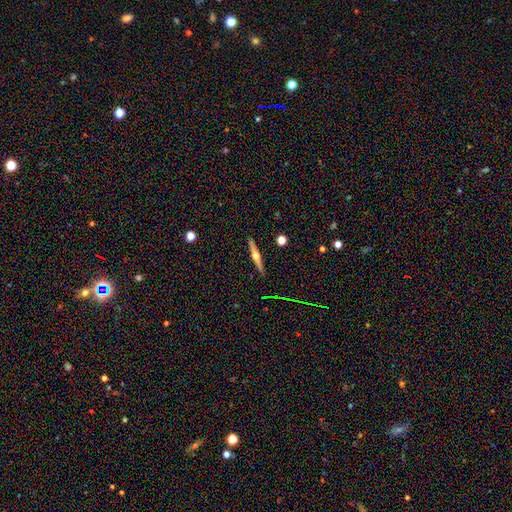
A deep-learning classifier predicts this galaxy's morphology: Smooth or featured? featured or disk (74%)
Edge-on disk? yes (98%)
Edge-on bulge? rounded (95%)
Merging? none (91%)